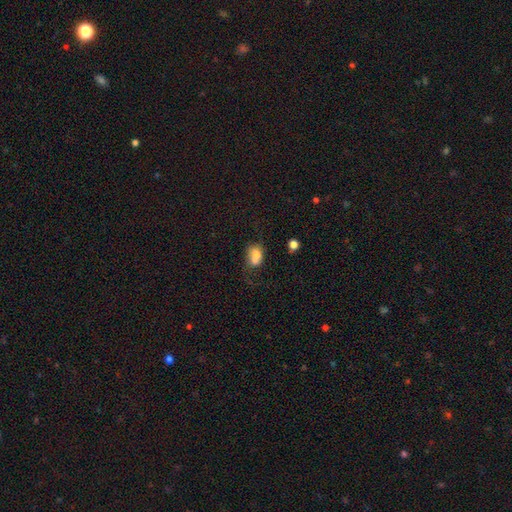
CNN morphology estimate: A smooth galaxy with no disk features (73%) that is in between round and cigar-shaped (68%). Merging: merger (43%).